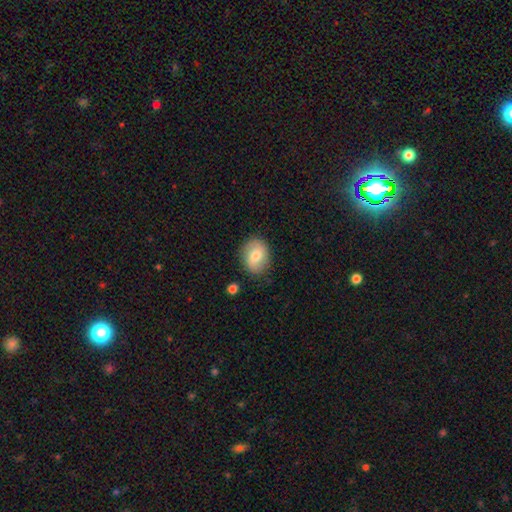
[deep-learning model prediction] Smooth or featured? Predicted: smooth (p=0.69). How rounded? Predicted: in between (p=0.54). Merging? Predicted: none (p=0.83).